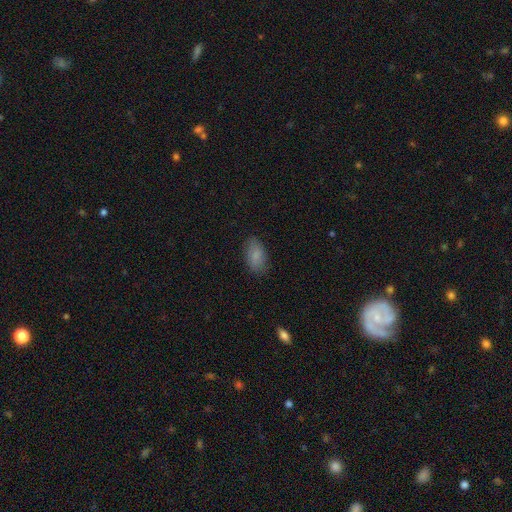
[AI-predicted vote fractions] smooth_or_featured: smooth (p=0.85) [alt: featured or disk p=0.08]
how_rounded: in between (p=0.93) [alt: round p=0.04]
merging: none (p=0.81) [alt: minor disturbance p=0.14]